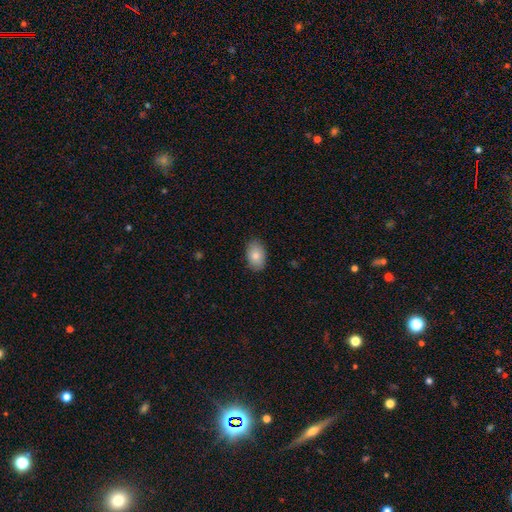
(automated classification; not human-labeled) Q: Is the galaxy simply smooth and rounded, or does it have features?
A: smooth — 83%.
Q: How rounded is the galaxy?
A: in between — 90%.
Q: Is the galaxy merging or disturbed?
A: none — 87%.